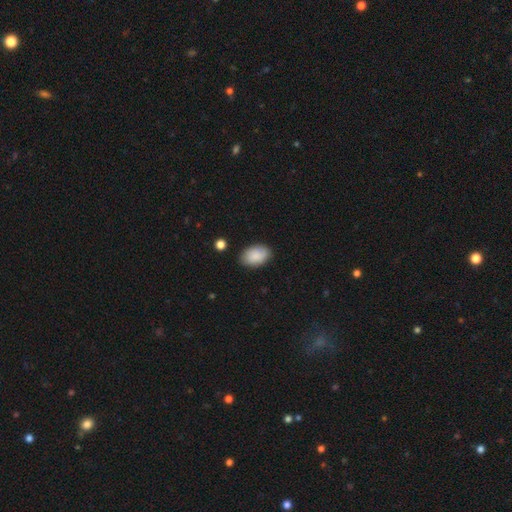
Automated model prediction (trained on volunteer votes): smooth_or_featured: smooth (p=0.89) [alt: star or artifact p=0.06]
how_rounded: in between (p=0.91) [alt: round p=0.08]
merging: none (p=0.85) [alt: minor disturbance p=0.11]